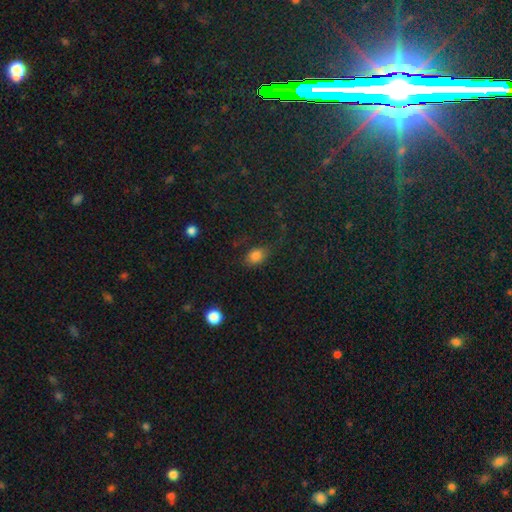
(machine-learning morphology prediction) This appears to be a smooth galaxy with no disk features (79%) that is in between round and cigar-shaped (72%). Merging: none (62%).